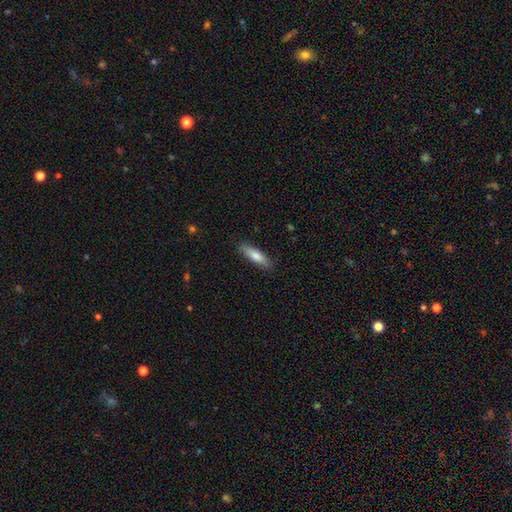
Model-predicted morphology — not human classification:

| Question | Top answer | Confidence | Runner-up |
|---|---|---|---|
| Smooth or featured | smooth | 77% | featured or disk (18%) |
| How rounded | cigar-shaped | 62% | in between (37%) |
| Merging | none | 87% | minor disturbance (10%) |